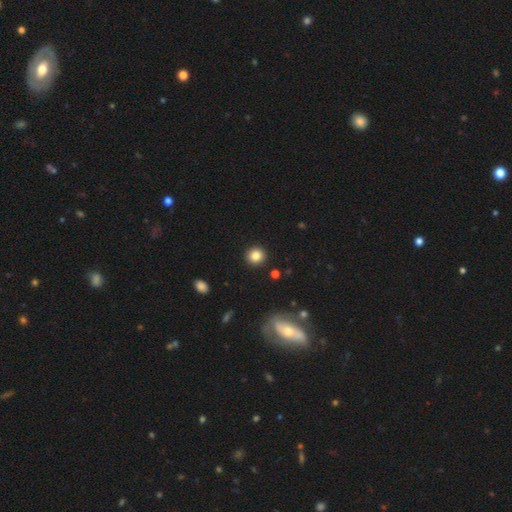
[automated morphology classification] The model was most divided on "smooth or featured": smooth: 84%, star or artifact: 10%, featured or disk: 6%. More confident: merging — none (92%); how rounded — round (91%).